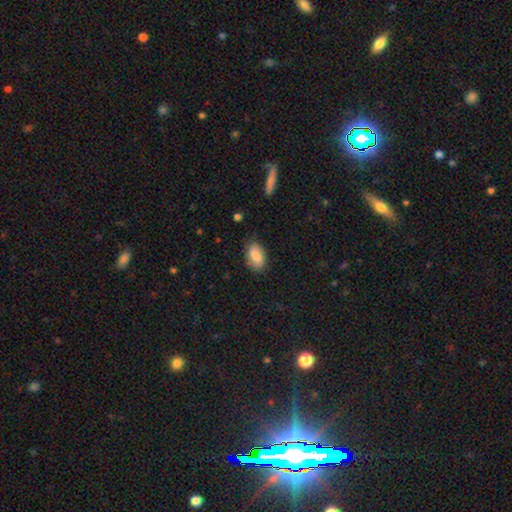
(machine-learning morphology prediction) type=smooth (84%); roundness=in between (92%); merging=none (80%).